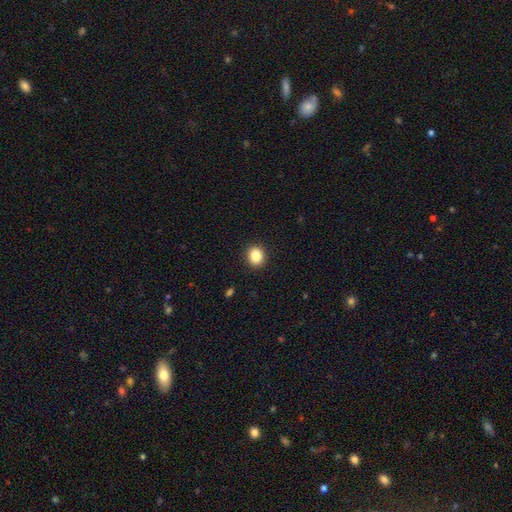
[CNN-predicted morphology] This appears to be a smooth galaxy with no disk features (85%) that is round (68%). Merging: none (91%).